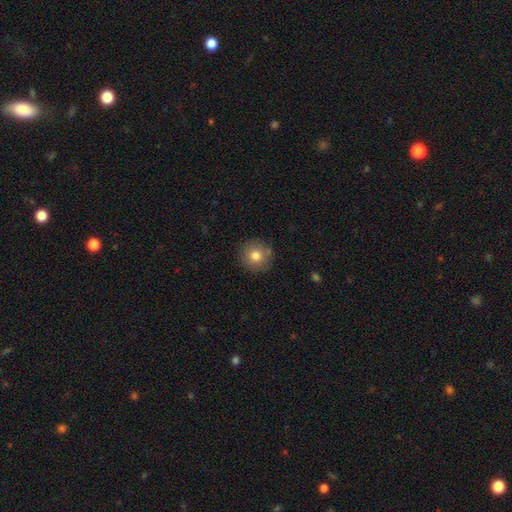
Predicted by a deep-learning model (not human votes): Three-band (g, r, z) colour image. It shows a smooth galaxy with no disk features (79%) that is round (94%). Merging: none (88%).